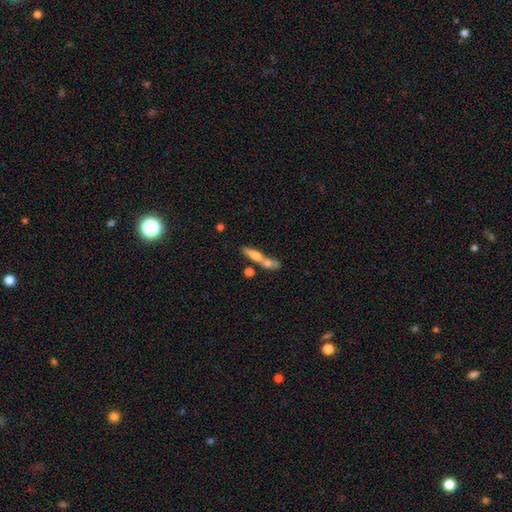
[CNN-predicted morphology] A smooth galaxy with no disk features (57%) that is cigar-shaped (73%). Merging: merger (47%).